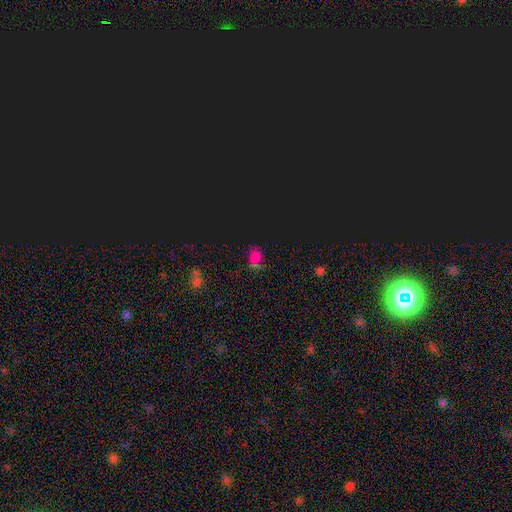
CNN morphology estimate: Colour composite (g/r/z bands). It shows a smooth galaxy with no disk features (49%). Merging: none (65%).